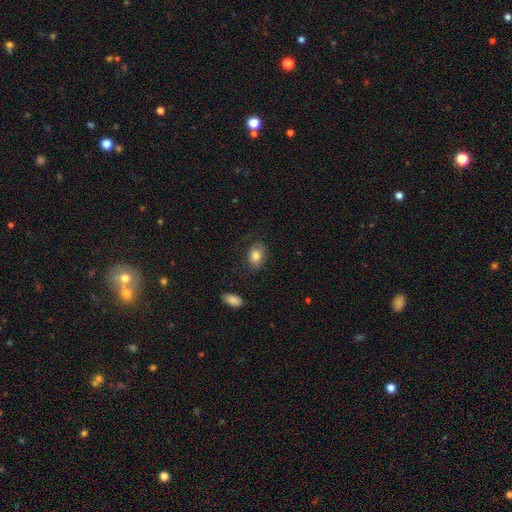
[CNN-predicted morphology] Smooth or featured?
  - smooth: 80% *
  - featured or disk: 12%
  - star or artifact: 8%
How rounded?
  - in between: 73% *
  - round: 26%
  - cigar-shaped: 1%
Merging?
  - none: 73% *
  - minor disturbance: 19%
  - major disturbance: 7%
  - merger: 2%